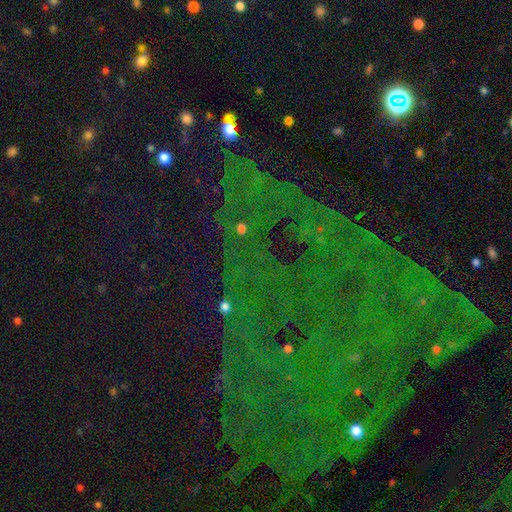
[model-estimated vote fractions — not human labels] smooth-or-featured: star or artifact: 81% | smooth: 10% | featured or disk: 9%